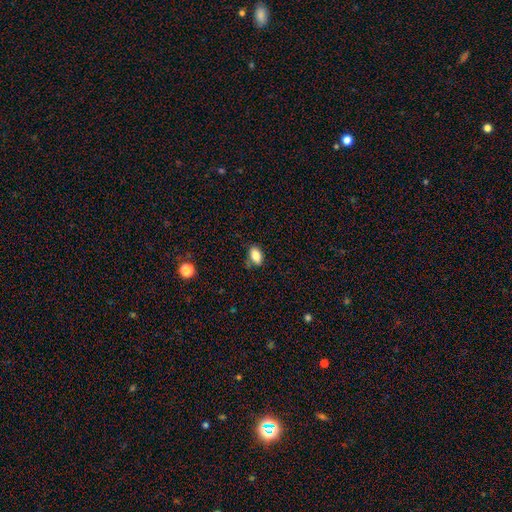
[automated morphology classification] smooth_or_featured: smooth (p=0.82) [alt: featured or disk p=0.09]
how_rounded: in between (p=0.89) [alt: round p=0.07]
merging: none (p=0.76) [alt: minor disturbance p=0.17]